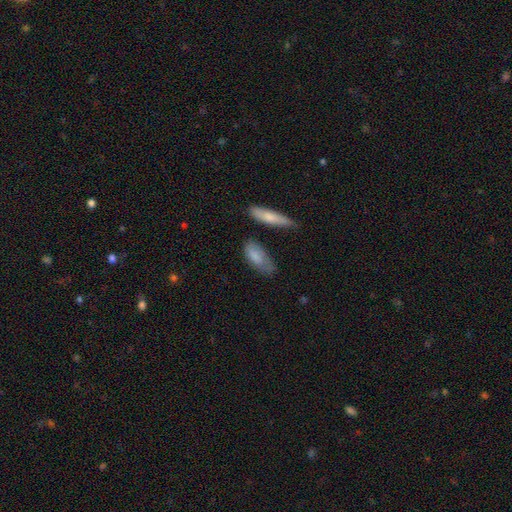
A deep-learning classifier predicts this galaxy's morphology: Q: Smooth or featured?
A: smooth (79%); runner-up: featured or disk (14%)
Q: How rounded?
A: in between (76%); runner-up: cigar-shaped (21%)
Q: Merging?
A: none (57%); runner-up: minor disturbance (29%)